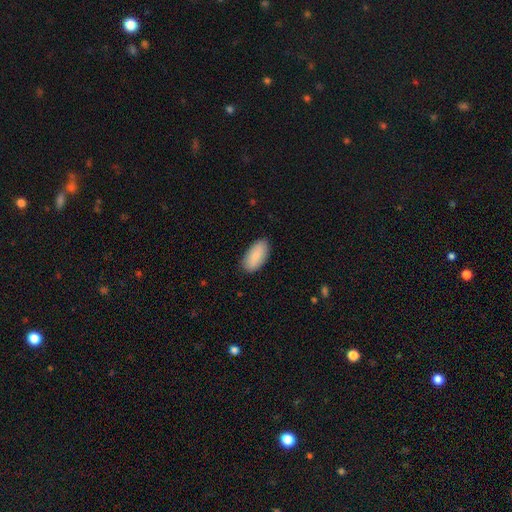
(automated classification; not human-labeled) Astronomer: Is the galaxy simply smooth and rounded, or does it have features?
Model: smooth — 85%.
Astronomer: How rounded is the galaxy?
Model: in between — 93%.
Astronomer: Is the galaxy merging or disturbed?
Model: none — 86%.